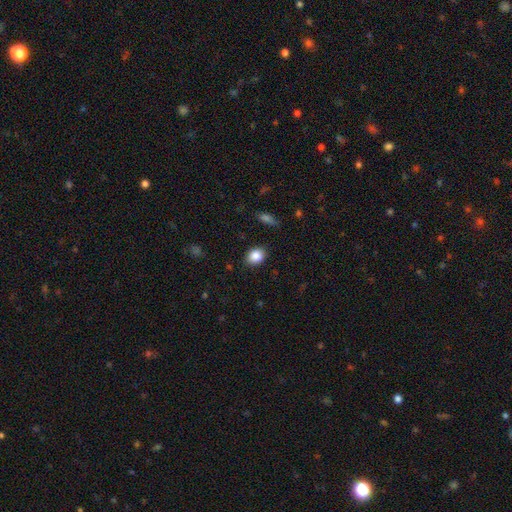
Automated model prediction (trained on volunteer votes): Smooth or featured: smooth — 86% (star or artifact — 9%)
How rounded: in between — 56% (round — 43%)
Merging: none — 86% (minor disturbance — 10%)